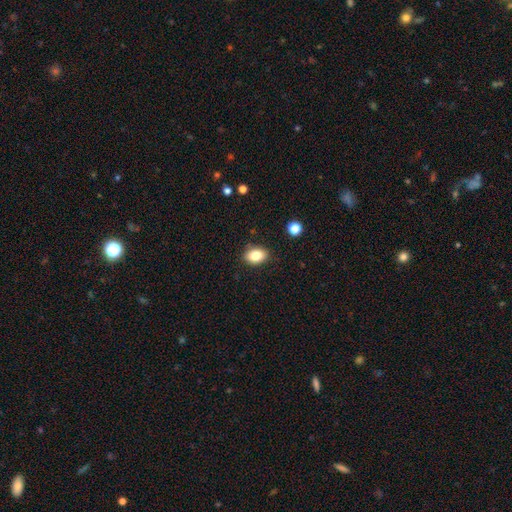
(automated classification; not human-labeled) Smooth or featured: smooth — 84% (star or artifact — 9%)
How rounded: in between — 77% (round — 22%)
Merging: none — 86% (minor disturbance — 10%)